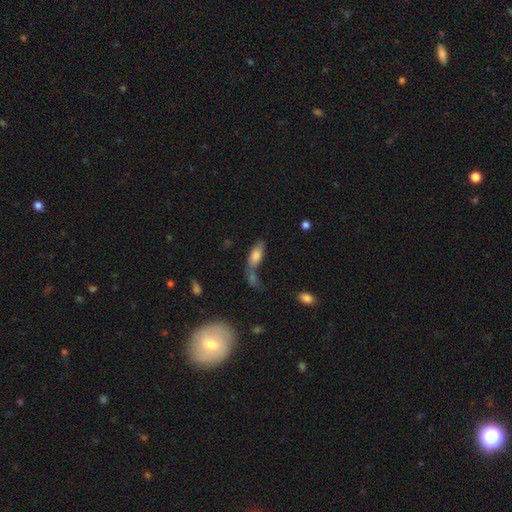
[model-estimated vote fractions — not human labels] smooth_or_featured: smooth (p=0.72) [alt: featured or disk p=0.19]
how_rounded: in between (p=0.80) [alt: cigar-shaped p=0.17]
merging: merger (p=0.42) [alt: none p=0.31]